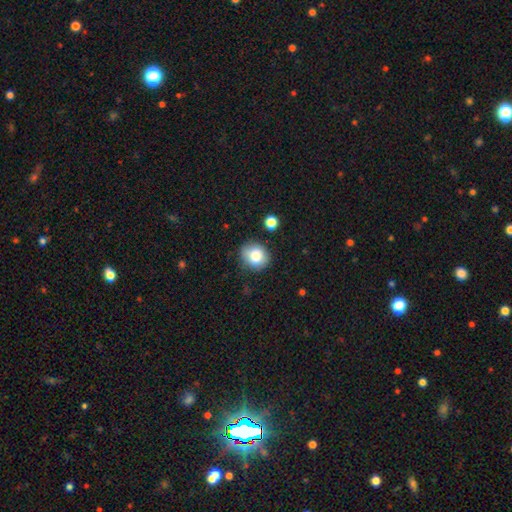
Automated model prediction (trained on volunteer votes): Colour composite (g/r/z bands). It shows a smooth galaxy with no disk features (81%) that is round (79%). Merging: none (79%).